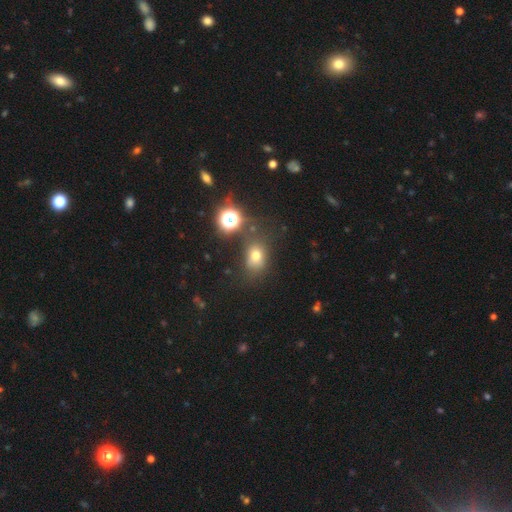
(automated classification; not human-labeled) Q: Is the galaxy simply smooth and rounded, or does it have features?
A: smooth — 68%.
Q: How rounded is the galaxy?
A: in between — 57%.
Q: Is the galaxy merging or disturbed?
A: none — 66%.